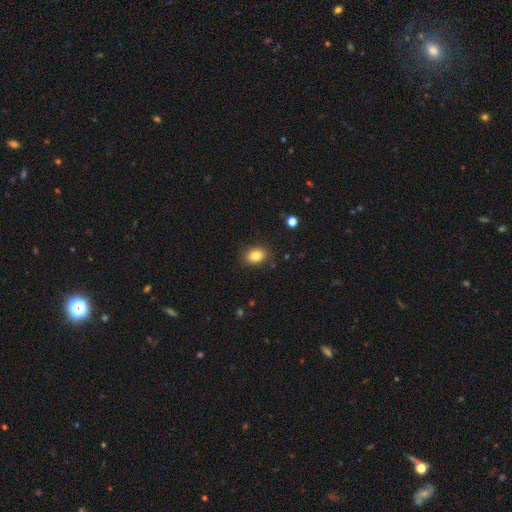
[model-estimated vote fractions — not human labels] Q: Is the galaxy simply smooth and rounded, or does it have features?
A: smooth — 84%.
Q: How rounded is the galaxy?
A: in between — 67%.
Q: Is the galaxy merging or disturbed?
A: none — 86%.